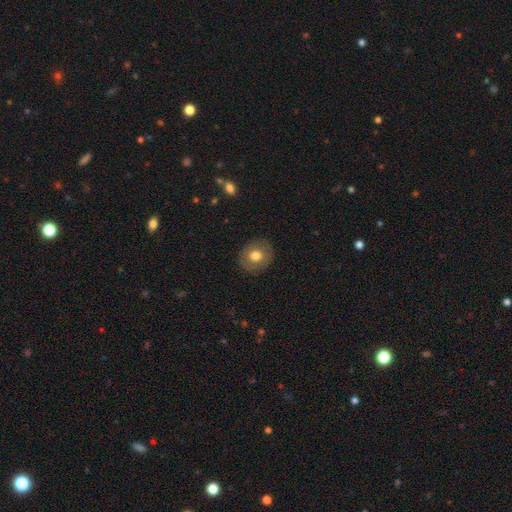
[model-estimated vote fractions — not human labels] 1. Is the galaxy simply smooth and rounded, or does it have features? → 72% smooth, 20% featured or disk, 9% star or artifact.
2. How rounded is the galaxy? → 75% round, 24% in between, 1% cigar-shaped.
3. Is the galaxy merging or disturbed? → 88% none, 8% minor disturbance, 3% major disturbance, 1% merger.